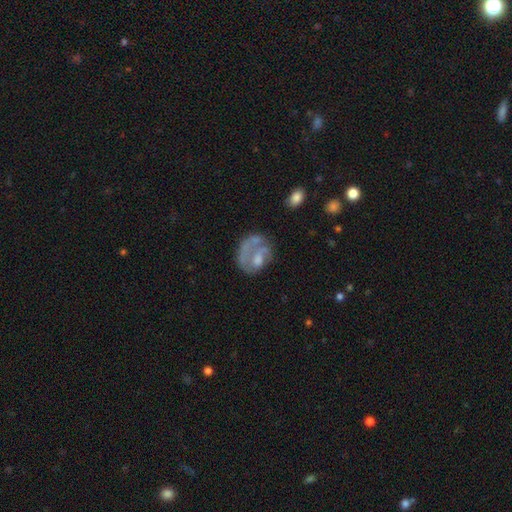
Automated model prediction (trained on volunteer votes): smooth-or-featured: featured or disk: 58% | smooth: 33% | star or artifact: 9%
  disk-edge-on: no: 98% | yes: 2%
    bar: no: 77% | weak: 19% | strong: 4%
    has-spiral-arms: no: 56% | yes: 44%
    bulge-size: none: 39% | moderate: 33% | small: 17% | large: 9% | dominant: 2%
  merging: none: 38% | major disturbance: 36% | minor disturbance: 19% | merger: 7%